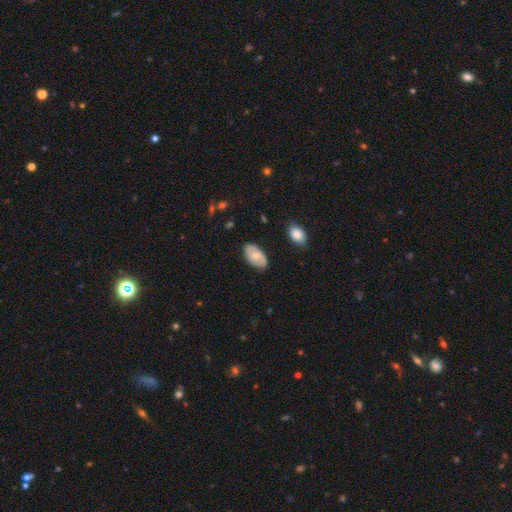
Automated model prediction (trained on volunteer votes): smooth_or_featured: smooth (p=0.63) [alt: featured or disk p=0.30]
how_rounded: in between (p=0.94) [alt: round p=0.04]
merging: none (p=0.78) [alt: minor disturbance p=0.17]